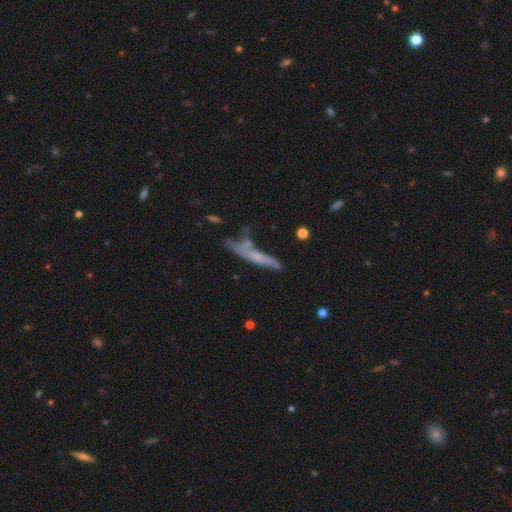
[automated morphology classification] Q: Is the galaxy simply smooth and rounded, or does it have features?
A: featured or disk — 45%, tied with smooth.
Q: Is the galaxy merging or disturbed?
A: none — 49%.